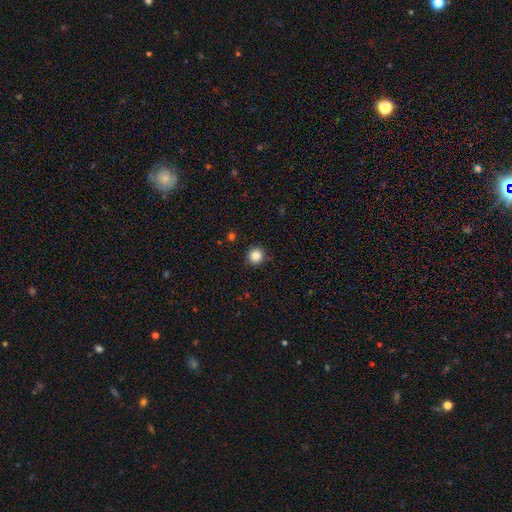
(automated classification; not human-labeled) Smooth or featured: smooth — 87% (star or artifact — 11%)
How rounded: round — 94% (in between — 5%)
Merging: none — 91% (minor disturbance — 6%)